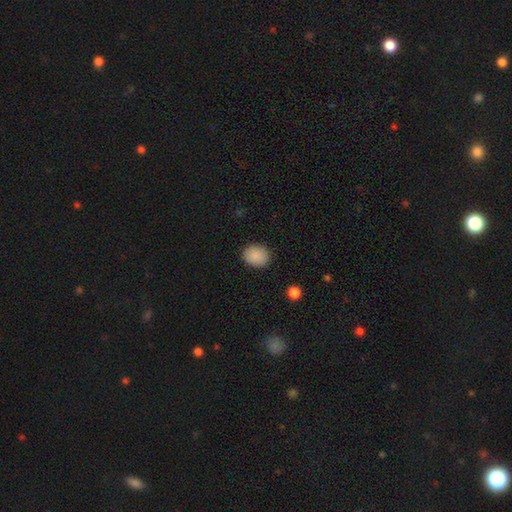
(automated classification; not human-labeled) Q: Smooth or featured?
A: smooth (88%); runner-up: star or artifact (8%)
Q: How rounded?
A: round (50%); runner-up: in between (49%)
Q: Merging?
A: none (87%); runner-up: minor disturbance (10%)